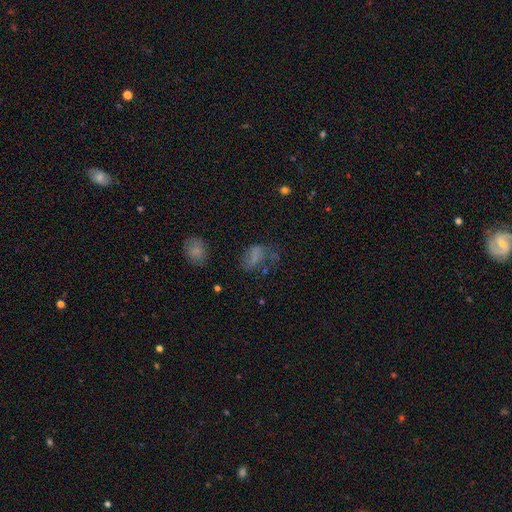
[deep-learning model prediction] Smooth or featured?
  - smooth: 59% *
  - featured or disk: 23%
  - star or artifact: 18%
How rounded?
  - in between: 80% *
  - round: 15%
  - cigar-shaped: 4%
Merging?
  - none: 38% *
  - major disturbance: 32%
  - minor disturbance: 24%
  - merger: 6%